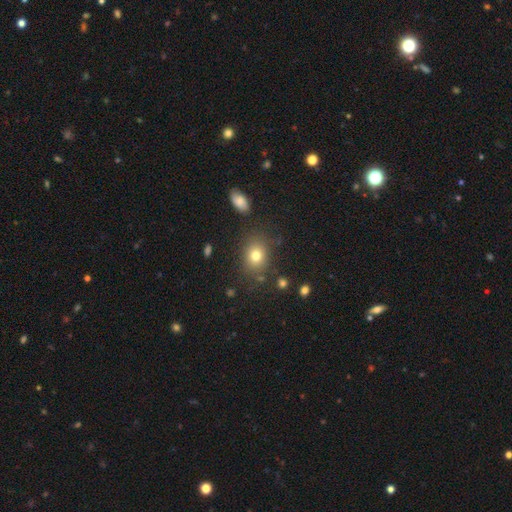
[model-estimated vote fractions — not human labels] This appears to be a smooth galaxy with no disk features (77%) that is round (55%). Merging: none (81%).